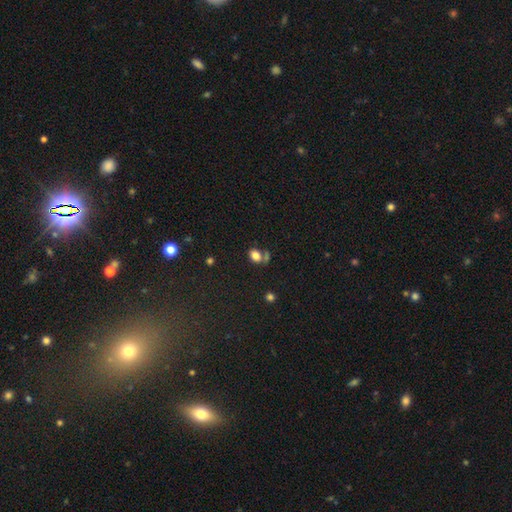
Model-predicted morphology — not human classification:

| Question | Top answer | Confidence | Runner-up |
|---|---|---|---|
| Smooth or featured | smooth | 80% | star or artifact (12%) |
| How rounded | in between | 71% | round (28%) |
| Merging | none | 53% | merger (27%) |